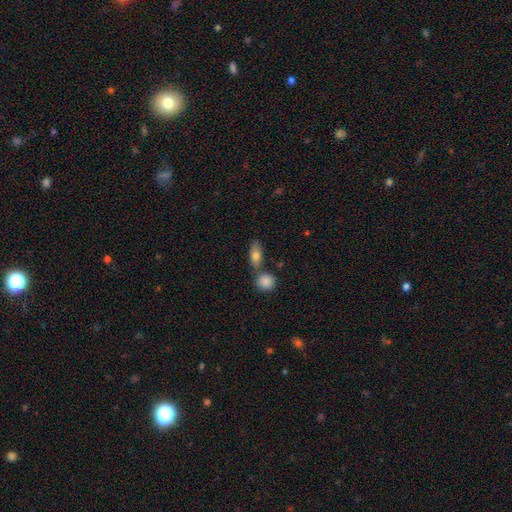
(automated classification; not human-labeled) A smooth galaxy with no disk features (78%) that is in between round and cigar-shaped (80%). Merging: none (58%).